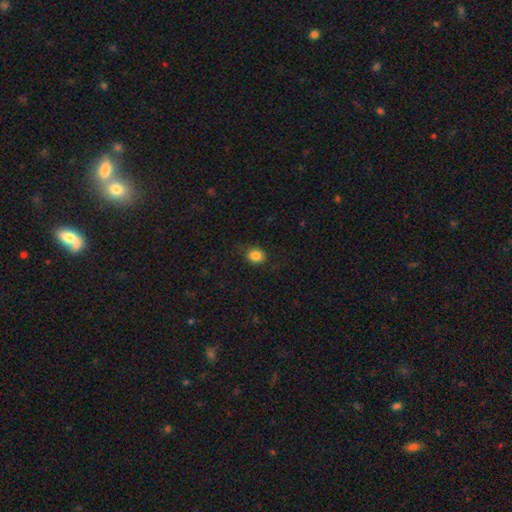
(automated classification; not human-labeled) Overall: smooth (84%). How rounded: round (58%; in between 41%). Merging: none (83%).